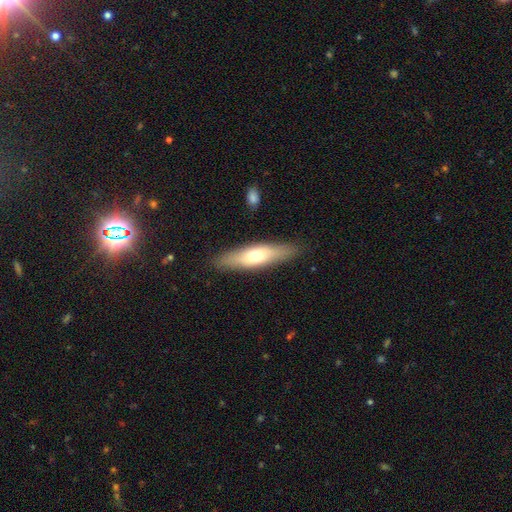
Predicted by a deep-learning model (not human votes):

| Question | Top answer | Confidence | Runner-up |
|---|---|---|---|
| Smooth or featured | smooth | 57% | featured or disk (37%) |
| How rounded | cigar-shaped | 67% | in between (31%) |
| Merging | none | 87% | minor disturbance (9%) |